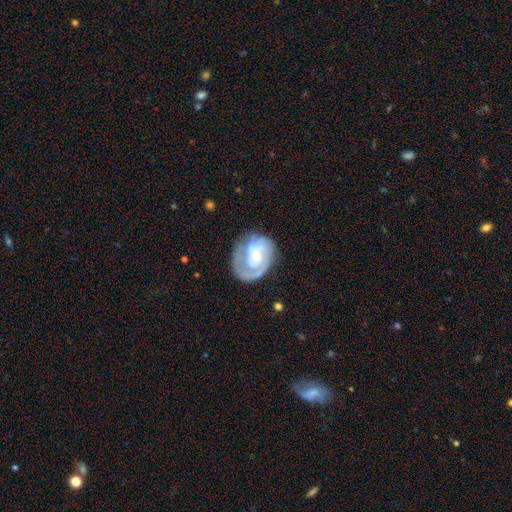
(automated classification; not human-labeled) Smooth or featured?
  - featured or disk: 73% *
  - smooth: 22%
  - star or artifact: 6%
Edge-on disk?
  - no: 98% *
  - yes: 2%
Bar?
  - no: 63% *
  - weak: 30%
  - strong: 7%
Spiral arms?
  - yes: 86% *
  - no: 14%
Spiral winding?
  - tight: 57% *
  - medium: 31%
  - loose: 12%
Spiral arm count?
  - 1: 33% *
  - 2: 29%
  - can't tell: 24%
  - 3: 8%
  - 4: 3%
  - more than 4: 2%
Bulge size?
  - small: 39% *
  - moderate: 32%
  - none: 16%
  - large: 11%
  - dominant: 2%
Merging?
  - none: 58% *
  - minor disturbance: 22%
  - major disturbance: 17%
  - merger: 3%